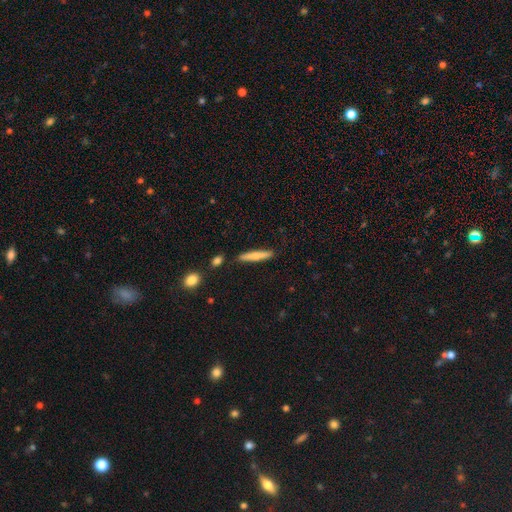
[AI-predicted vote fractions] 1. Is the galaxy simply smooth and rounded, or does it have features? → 70% smooth, 24% featured or disk, 6% star or artifact.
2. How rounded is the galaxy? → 92% cigar-shaped, 7% in between, 1% round.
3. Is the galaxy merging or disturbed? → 87% none, 9% minor disturbance, 3% merger, 2% major disturbance.